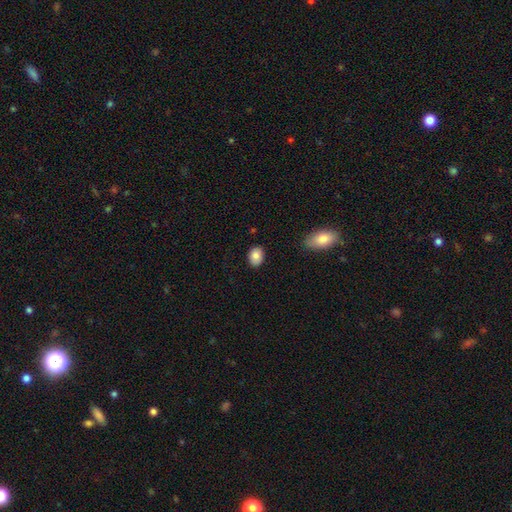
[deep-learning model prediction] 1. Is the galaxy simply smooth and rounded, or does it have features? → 83% smooth, 9% featured or disk, 8% star or artifact.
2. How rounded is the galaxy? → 70% in between, 28% round, 1% cigar-shaped.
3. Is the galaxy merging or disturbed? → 85% none, 11% minor disturbance, 2% major disturbance, 2% merger.